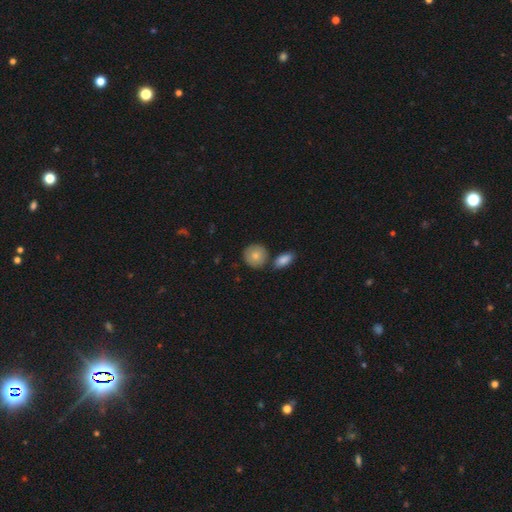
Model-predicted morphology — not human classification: This appears to be a smooth galaxy with no disk features (80%) that is round (86%). Merging: none (75%).